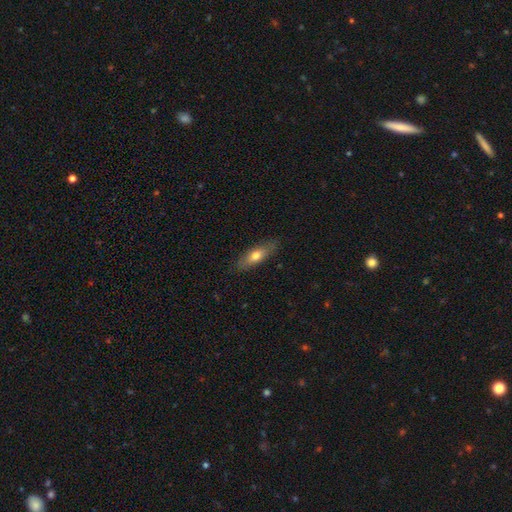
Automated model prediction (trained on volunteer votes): A smooth galaxy with no disk features (67%) that is in between round and cigar-shaped (53%). Merging: none (83%).